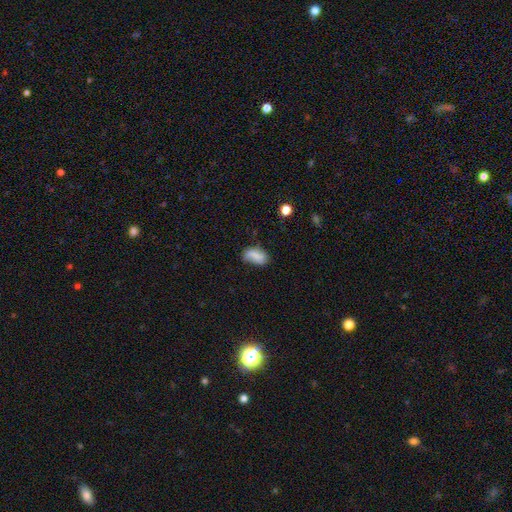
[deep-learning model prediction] Q: Smooth or featured?
A: smooth (79%); runner-up: featured or disk (12%)
Q: How rounded?
A: in between (91%); runner-up: round (5%)
Q: Merging?
A: none (61%); runner-up: minor disturbance (28%)